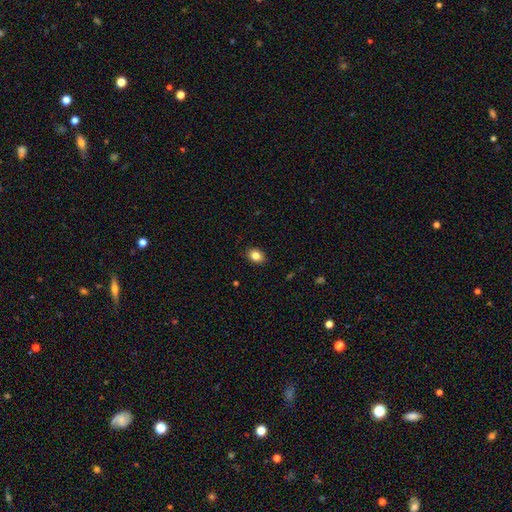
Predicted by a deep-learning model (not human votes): The model was most divided on "how rounded": in between: 72%, round: 27%, cigar-shaped: 1%. More confident: merging — none (88%); smooth or featured — smooth (85%).